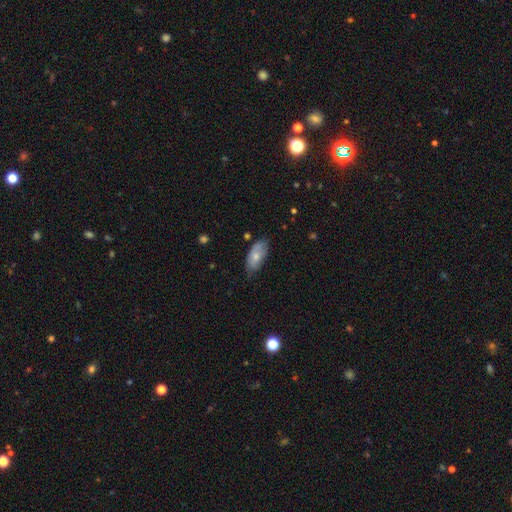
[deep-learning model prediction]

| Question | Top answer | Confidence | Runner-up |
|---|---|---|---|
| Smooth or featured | smooth | 72% | featured or disk (22%) |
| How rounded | in between | 91% | cigar-shaped (6%) |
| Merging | none | 62% | minor disturbance (30%) |